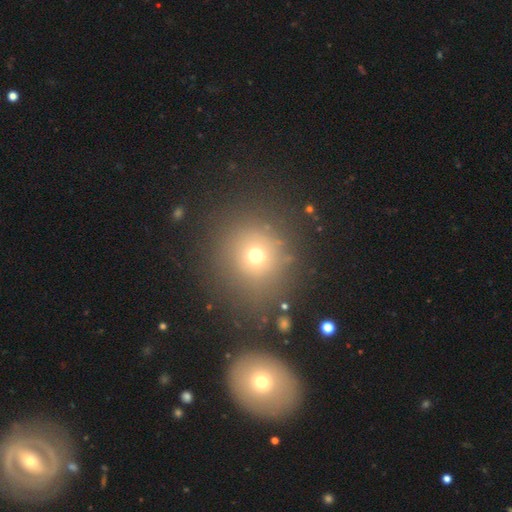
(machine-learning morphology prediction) A smooth galaxy with no disk features (67%) that is round (90%).

Vote fractions:
- Smooth or featured? smooth: 67% / star or artifact: 21% / featured or disk: 11%
- How rounded? round: 90% / in between: 9% / cigar-shaped: 1%
- Merging? none: 80% / minor disturbance: 10% / major disturbance: 6% / merger: 4%